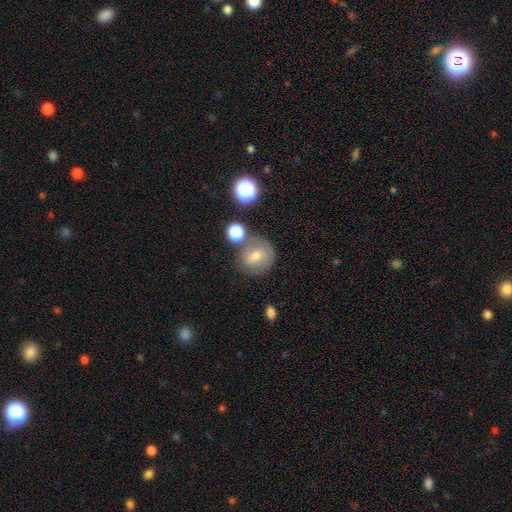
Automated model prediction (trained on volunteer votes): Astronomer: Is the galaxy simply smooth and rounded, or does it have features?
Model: smooth — 69%.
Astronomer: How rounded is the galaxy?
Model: round — 84%.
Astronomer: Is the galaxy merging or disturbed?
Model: none — 63%.